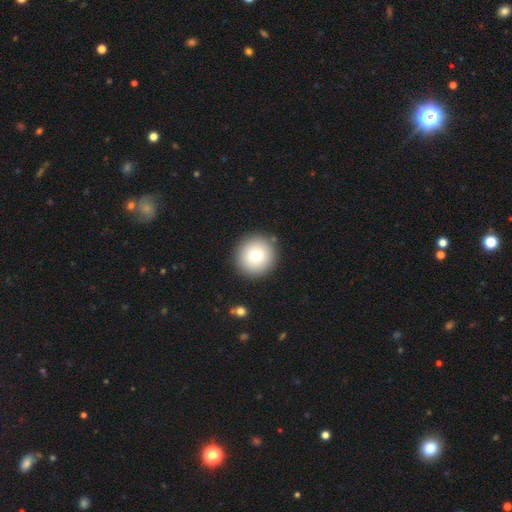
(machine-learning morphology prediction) type=smooth (77%); roundness=round (94%); merging=none (88%).